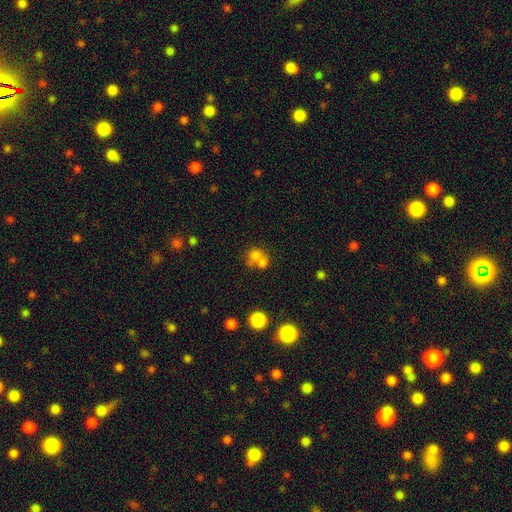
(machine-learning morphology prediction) This appears to be a smooth galaxy with no disk features (69%) that is round (70%). Merging: merger (60%).